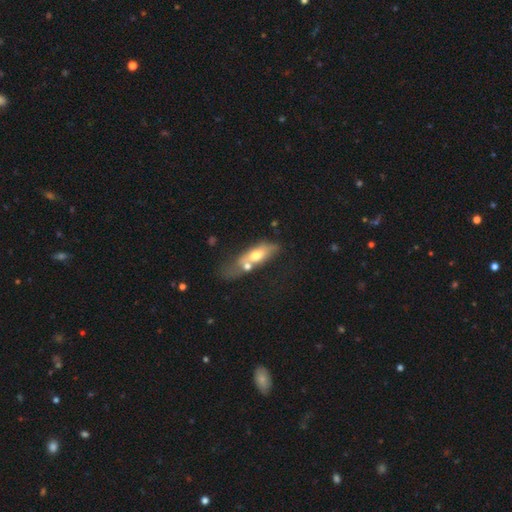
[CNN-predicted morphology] A smooth galaxy with no disk features (56%) that is in between round and cigar-shaped (64%). Merging: merger (43%).